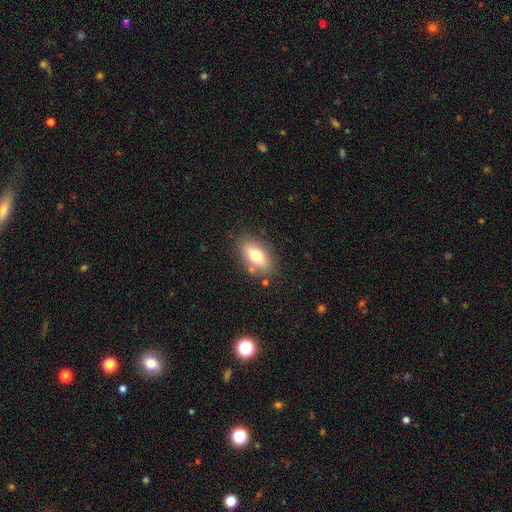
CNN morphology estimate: Smooth or featured?
  - smooth: 71% *
  - featured or disk: 21%
  - star or artifact: 8%
How rounded?
  - in between: 86% *
  - round: 8%
  - cigar-shaped: 6%
Merging?
  - none: 80% *
  - minor disturbance: 12%
  - merger: 4%
  - major disturbance: 3%